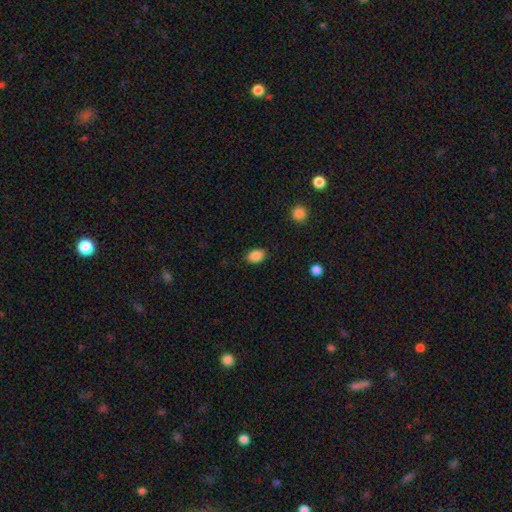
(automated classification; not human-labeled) This is clearly a smooth galaxy (88%). How rounded: likely in between (78%). Merging: clearly none (87%).